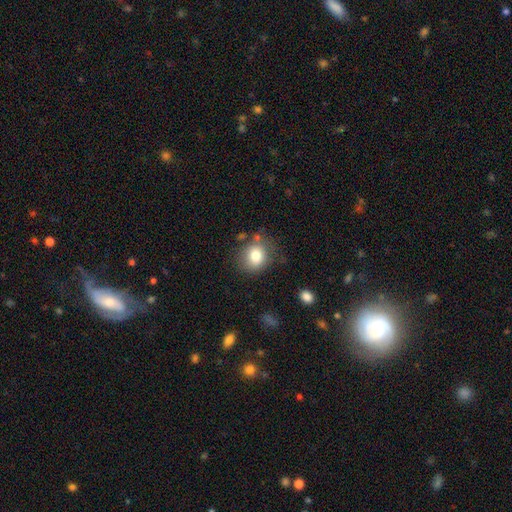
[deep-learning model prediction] This appears to be a smooth galaxy with no disk features (80%) that is round (72%). Merging: none (73%).